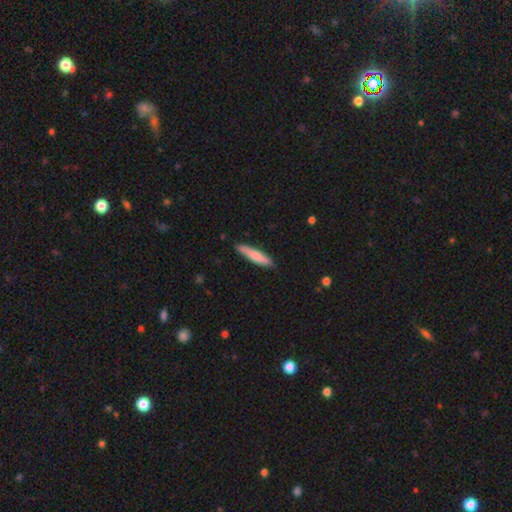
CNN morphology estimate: The model was most divided on "smooth or featured": smooth: 75%, featured or disk: 20%, star or artifact: 5%. More confident: how rounded — cigar-shaped (87%); merging — none (85%).